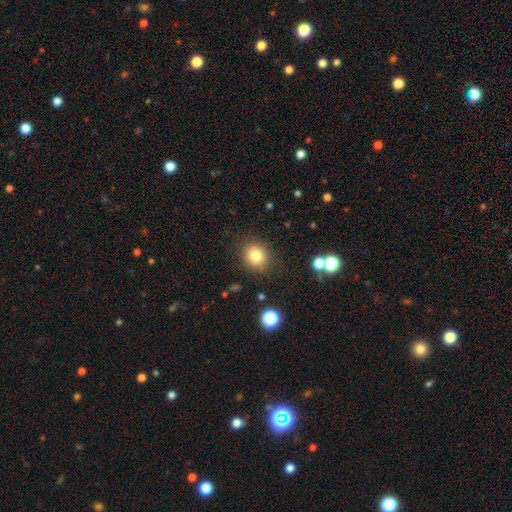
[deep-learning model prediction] smooth-or-featured: smooth: 80% | star or artifact: 12% | featured or disk: 8%
  how-rounded: round: 85% | in between: 14% | cigar-shaped: 1%
  merging: none: 85% | minor disturbance: 9% | major disturbance: 3% | merger: 2%